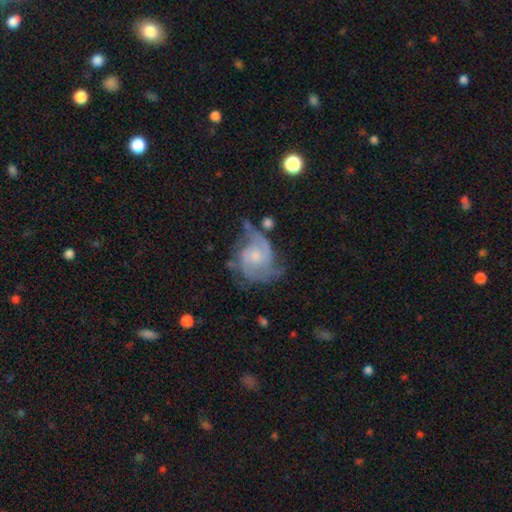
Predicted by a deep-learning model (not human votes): featured or disk 79%, smooth 14%, star or artifact 7%. Down the decision tree: edge-on disk — no (98%); bar — no (69%); spiral arms — yes (91%); spiral arm count — 2 (43%); spiral winding — medium (46%); bulge size — small (53%); merging — none (46%).